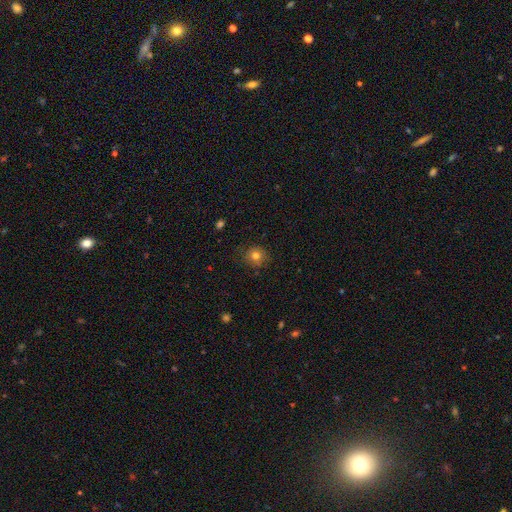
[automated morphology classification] smooth 79%, star or artifact 13%, featured or disk 8%. Down the decision tree: how rounded — round (87%); merging — none (84%).